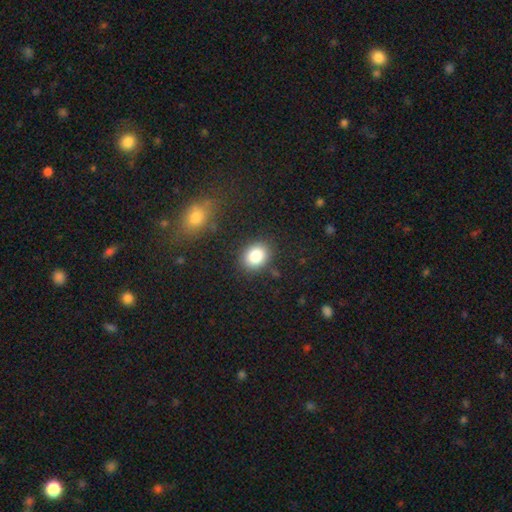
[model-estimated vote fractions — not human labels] Overall: smooth (84%). How rounded: round (55%; in between 44%). Merging: none (86%).